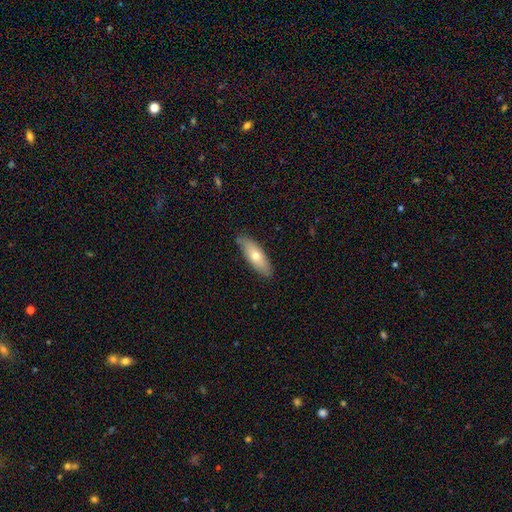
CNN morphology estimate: smooth-or-featured: smooth: 65% | featured or disk: 29% | star or artifact: 6%
  how-rounded: in between: 57% | cigar-shaped: 40% | round: 2%
  merging: none: 83% | minor disturbance: 13% | major disturbance: 2% | merger: 1%